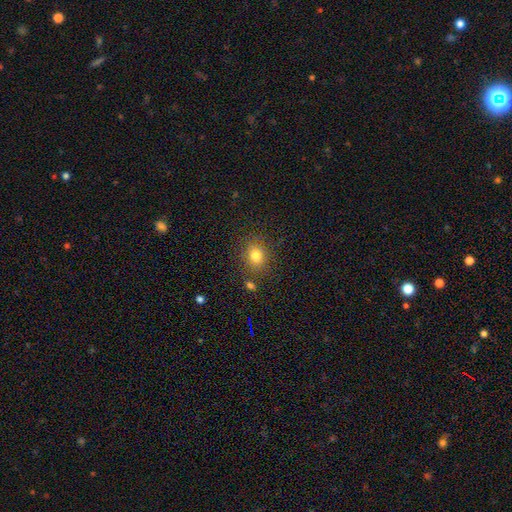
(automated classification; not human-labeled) A smooth galaxy with no disk features (80%) that is round (62%). Merging: none (81%).